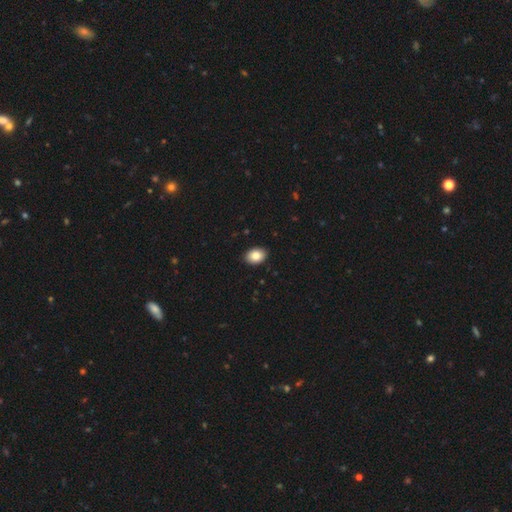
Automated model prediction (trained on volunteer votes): Q: Smooth or featured?
A: smooth (85%); runner-up: star or artifact (8%)
Q: How rounded?
A: in between (78%); runner-up: round (21%)
Q: Merging?
A: none (91%); runner-up: minor disturbance (7%)